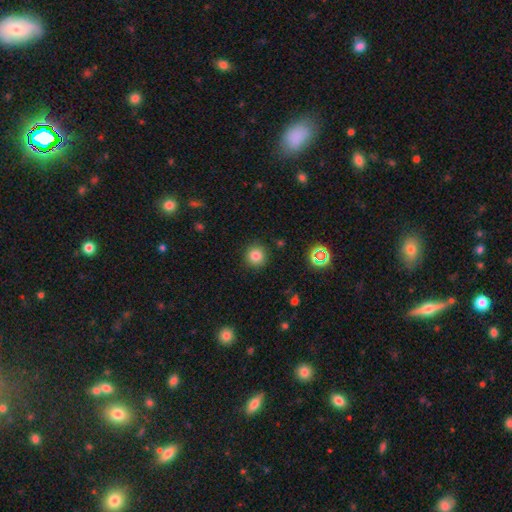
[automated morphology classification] type=smooth (81%); roundness=round (94%); merging=none (90%).